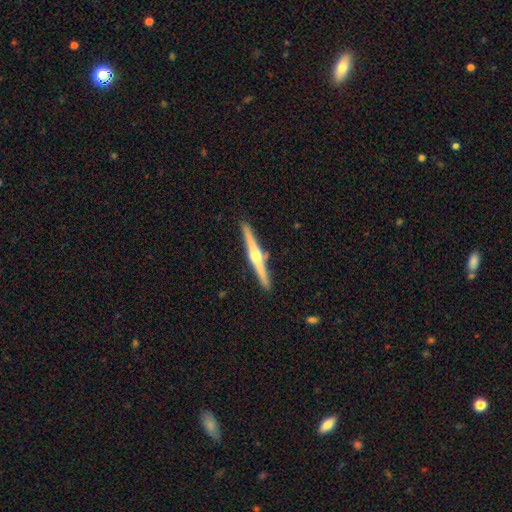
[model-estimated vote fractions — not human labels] A featured or disk galaxy (81%) viewed edge-on (99%) with a rounded central bulge (92%).

Vote fractions:
- Smooth or featured? featured or disk: 81% / smooth: 14% / star or artifact: 5%
- Edge-on disk? yes: 99% / no: 1%
- Edge-on bulge? rounded: 92% / boxy: 5% / none: 3%
- Merging? none: 90% / minor disturbance: 6% / merger: 2% / major disturbance: 1%